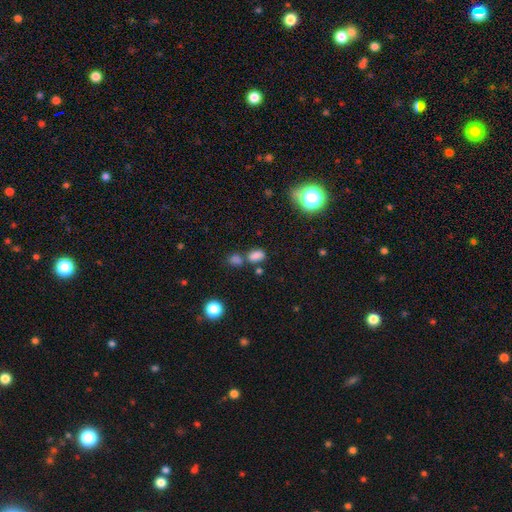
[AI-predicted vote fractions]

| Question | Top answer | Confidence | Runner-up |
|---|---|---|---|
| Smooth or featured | smooth | 76% | star or artifact (18%) |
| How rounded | in between | 84% | round (14%) |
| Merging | none | 54% | merger (29%) |